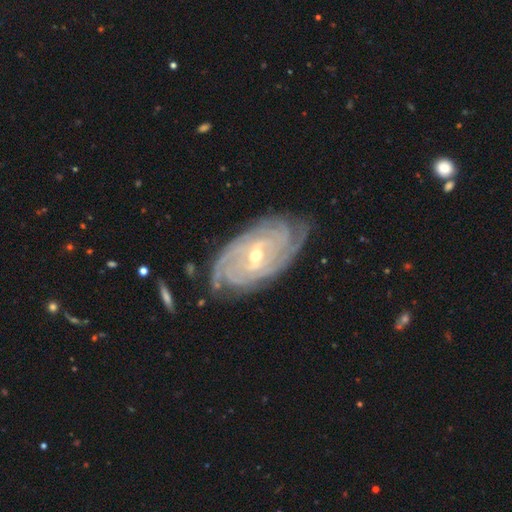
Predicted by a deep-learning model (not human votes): Smooth or featured: featured or disk — 91% (star or artifact — 5%)
Edge-on disk: no — 96% (yes — 4%)
Bar: weak — 47% (no — 28%)
Spiral arms: yes — 98% (no — 2%)
Spiral winding: tight — 84% (medium — 14%)
Spiral arm count: 4 — 29% (can't tell — 22%)
Bulge size: small — 52% (moderate — 45%)
Merging: none — 81% (minor disturbance — 14%)